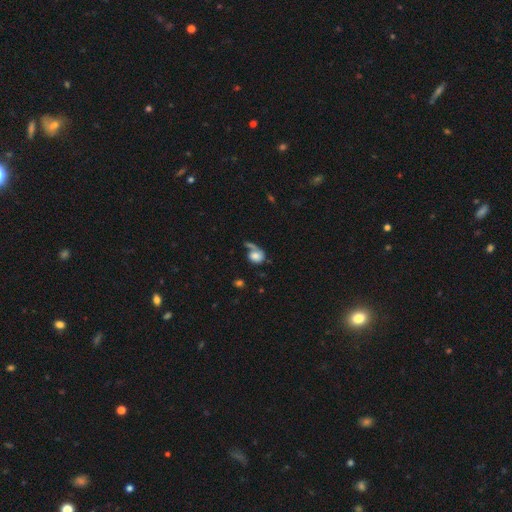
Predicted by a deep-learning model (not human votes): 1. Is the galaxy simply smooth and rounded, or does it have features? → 65% smooth, 25% featured or disk, 10% star or artifact.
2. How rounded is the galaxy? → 64% round, 35% in between, 2% cigar-shaped.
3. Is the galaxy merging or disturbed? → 33% none, 26% merger, 24% major disturbance, 16% minor disturbance.